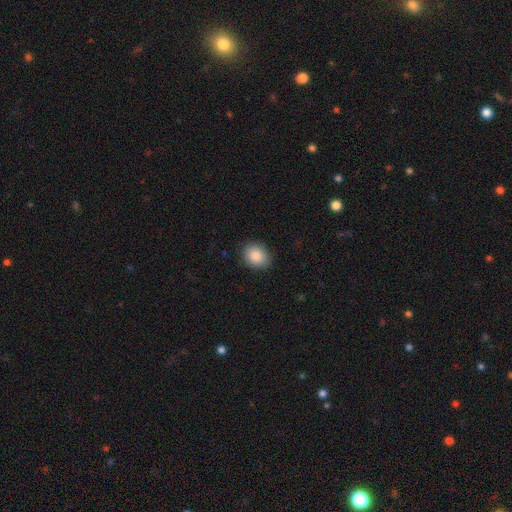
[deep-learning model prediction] Q: Smooth or featured?
A: smooth (87%); runner-up: star or artifact (8%)
Q: How rounded?
A: in between (51%); runner-up: round (48%)
Q: Merging?
A: none (88%); runner-up: minor disturbance (9%)